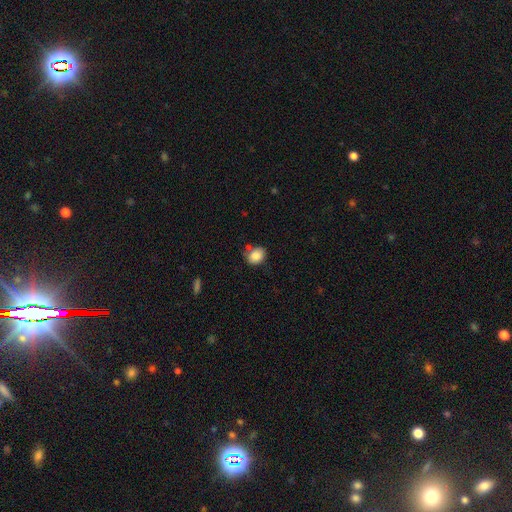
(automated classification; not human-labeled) smooth_or_featured: smooth (p=0.85) [alt: star or artifact p=0.09]
how_rounded: round (p=0.57) [alt: in between p=0.42]
merging: none (p=0.67) [alt: minor disturbance p=0.21]